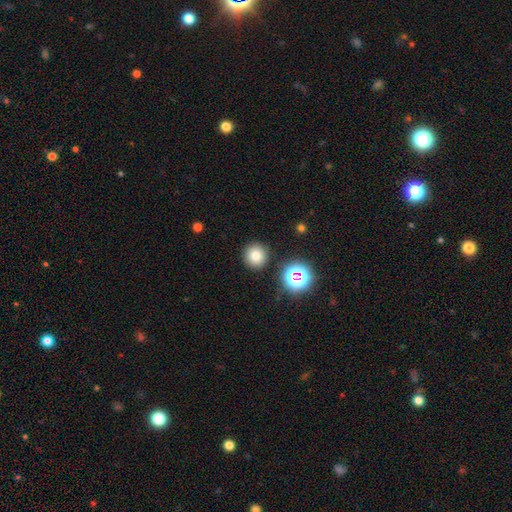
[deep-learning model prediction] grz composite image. It shows a smooth galaxy with no disk features (77%) that is round (94%). Merging: none (89%).